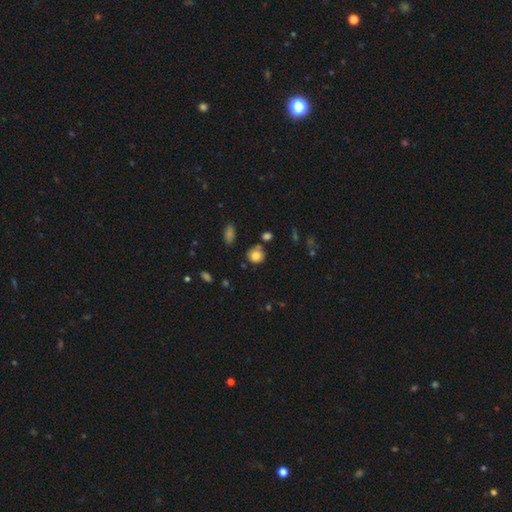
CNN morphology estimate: smooth 81%, star or artifact 11%, featured or disk 9%. Down the decision tree: how rounded — round (84%); merging — none (75%).